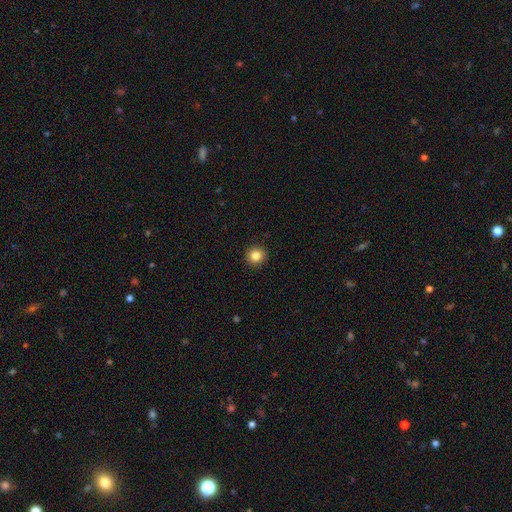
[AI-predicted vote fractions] Smooth or featured: smooth — 83% (star or artifact — 11%)
How rounded: round — 93% (in between — 6%)
Merging: none — 93% (minor disturbance — 5%)